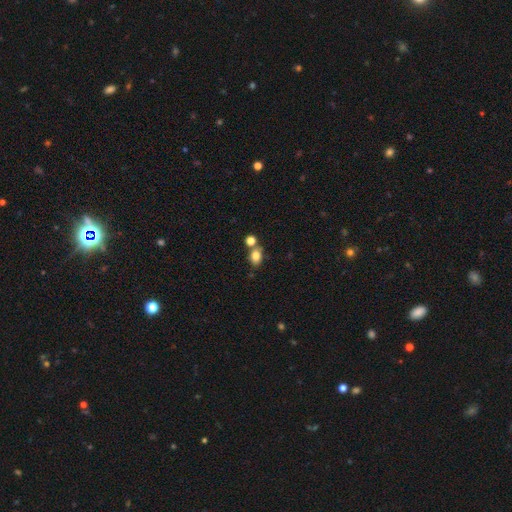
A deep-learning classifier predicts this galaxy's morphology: type=smooth (80%); roundness=in between (62%); merging=none (61%).